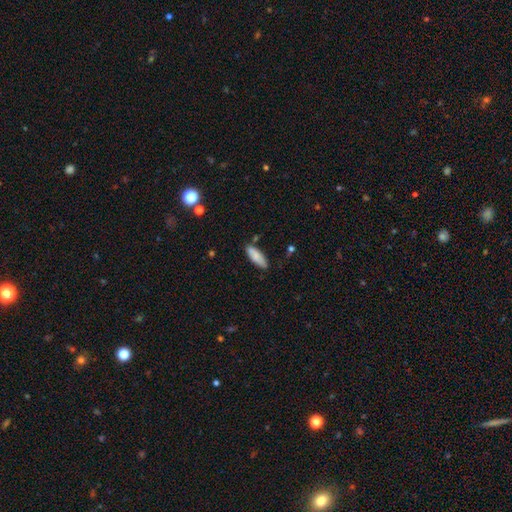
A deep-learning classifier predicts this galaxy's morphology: This is clearly a smooth galaxy (83%). How rounded: likely in between (62%). Merging: likely none (76%).